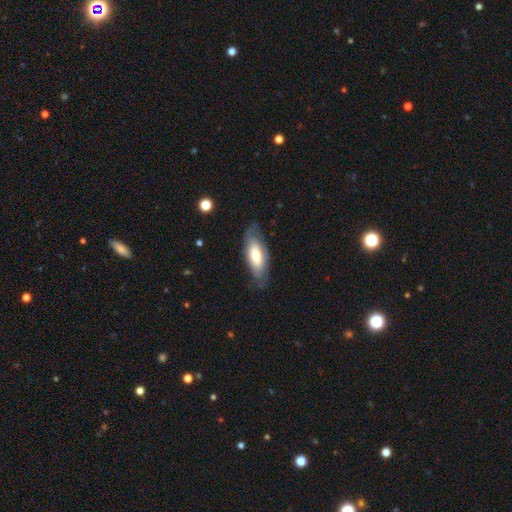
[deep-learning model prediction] smooth-or-featured: smooth: 62% | featured or disk: 32% | star or artifact: 6%
  how-rounded: in between: 78% | cigar-shaped: 20% | round: 2%
  merging: none: 71% | minor disturbance: 20% | major disturbance: 7% | merger: 1%